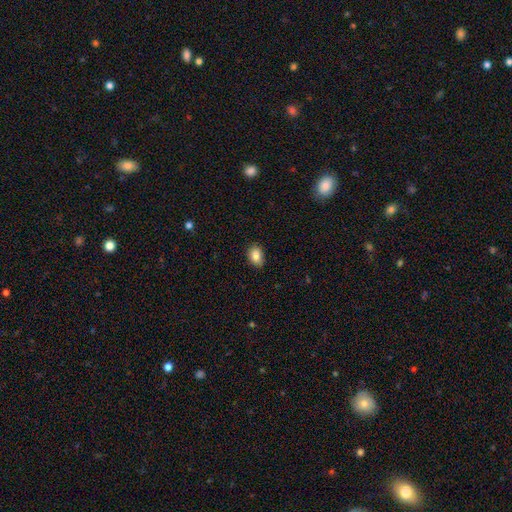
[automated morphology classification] smooth_or_featured: smooth (p=0.85) [alt: star or artifact p=0.08]
how_rounded: in between (p=0.81) [alt: round p=0.18]
merging: none (p=0.86) [alt: minor disturbance p=0.11]